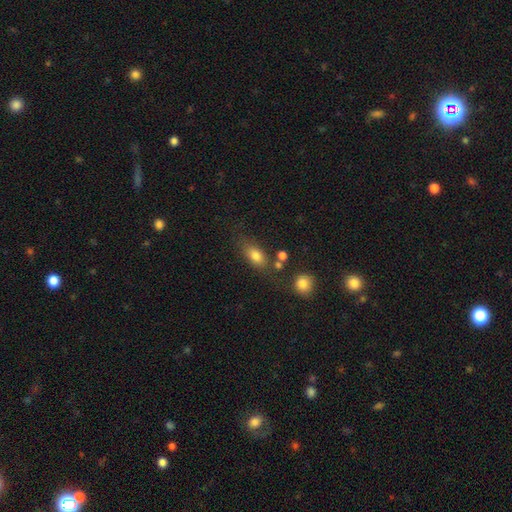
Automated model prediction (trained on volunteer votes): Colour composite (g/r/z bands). It shows a smooth galaxy with no disk features (79%) that is in between round and cigar-shaped (79%). Merging: none (63%).